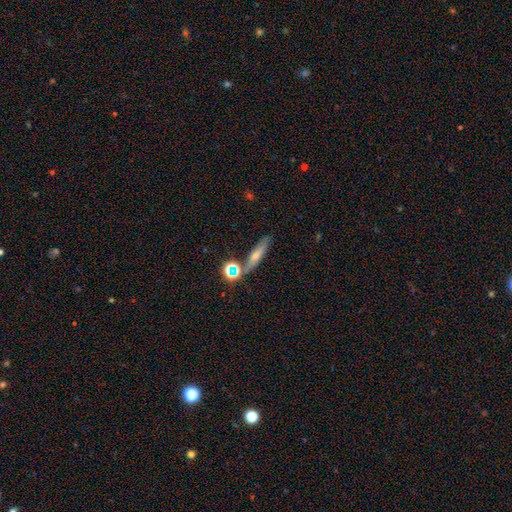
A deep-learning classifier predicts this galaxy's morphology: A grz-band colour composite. It shows a featured or disk galaxy (46%). Merging: none (71%).